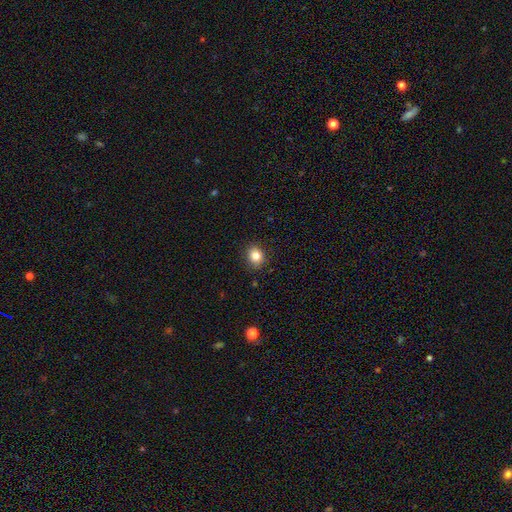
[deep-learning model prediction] This appears to be a smooth galaxy with no disk features (83%) that is round (66%). Merging: none (88%).